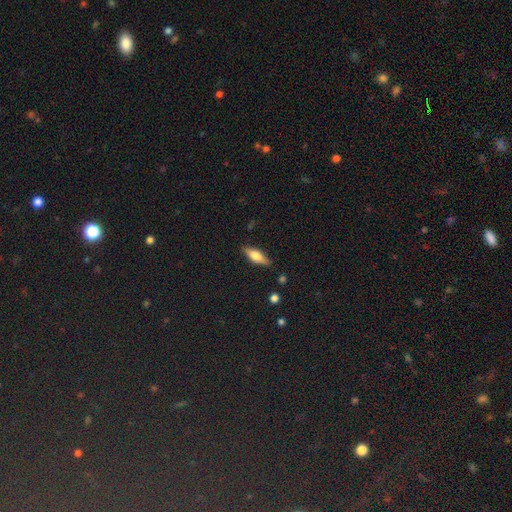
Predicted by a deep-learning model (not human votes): smooth 55%, featured or disk 38%, star or artifact 7%. Down the decision tree: how rounded — in between (53%); merging — none (85%).